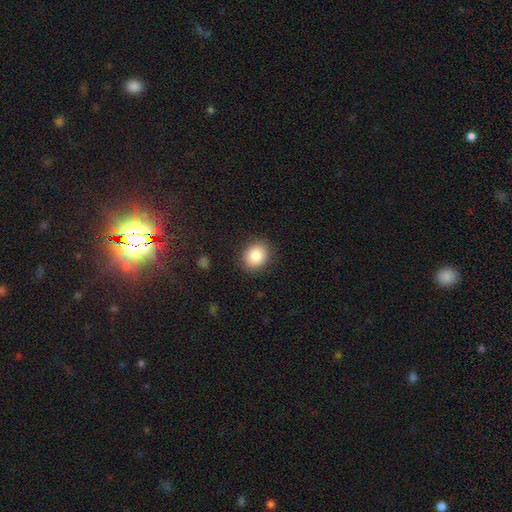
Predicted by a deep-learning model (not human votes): smooth-or-featured: smooth: 85% | star or artifact: 8% | featured or disk: 6%
  how-rounded: round: 62% | in between: 37% | cigar-shaped: 1%
  merging: none: 88% | minor disturbance: 9% | major disturbance: 3% | merger: 1%